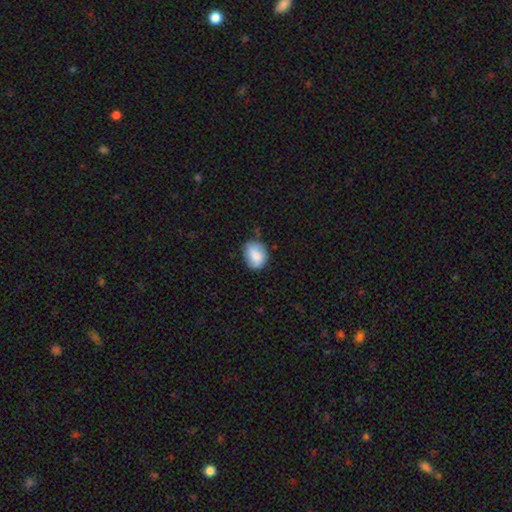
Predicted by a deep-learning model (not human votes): Morphology: type=smooth (79%); roundness=in between (55%); merging=none (65%).